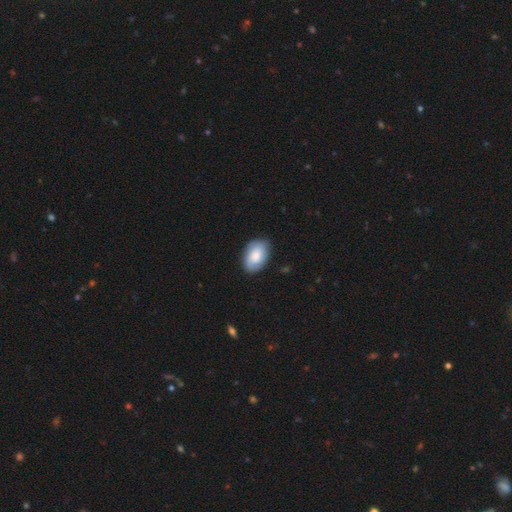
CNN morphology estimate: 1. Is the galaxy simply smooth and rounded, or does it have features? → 76% smooth, 18% featured or disk, 6% star or artifact.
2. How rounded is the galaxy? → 90% in between, 9% round, 1% cigar-shaped.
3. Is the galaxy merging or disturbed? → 81% none, 15% minor disturbance, 3% major disturbance, 1% merger.